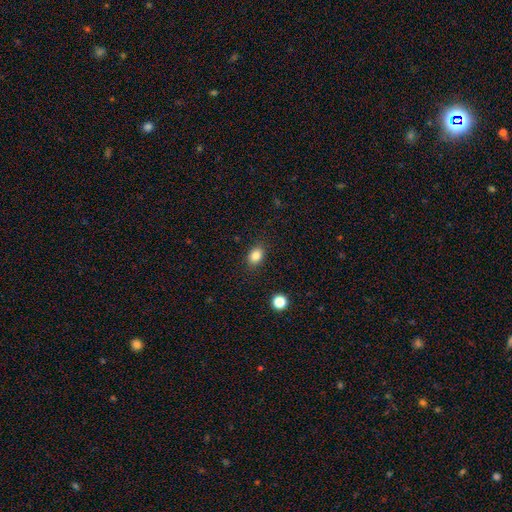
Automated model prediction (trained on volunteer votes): Smooth or featured?
  - smooth: 85% *
  - star or artifact: 10%
  - featured or disk: 5%
How rounded?
  - in between: 69% *
  - round: 30%
  - cigar-shaped: 1%
Merging?
  - none: 87% *
  - minor disturbance: 9%
  - major disturbance: 3%
  - merger: 1%